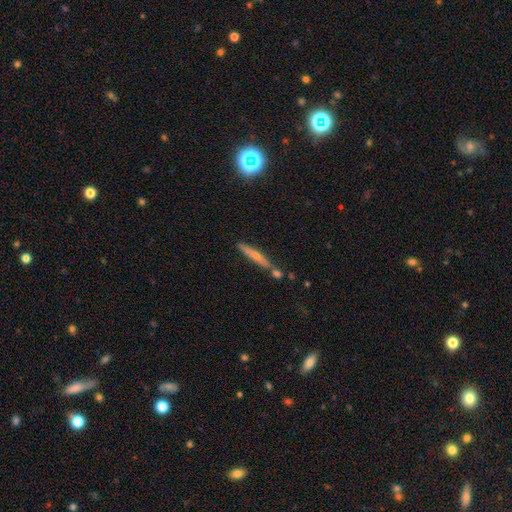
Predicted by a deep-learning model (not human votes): Smooth or featured? Predicted: featured or disk (p=0.50). Merging? Predicted: none (p=0.74).